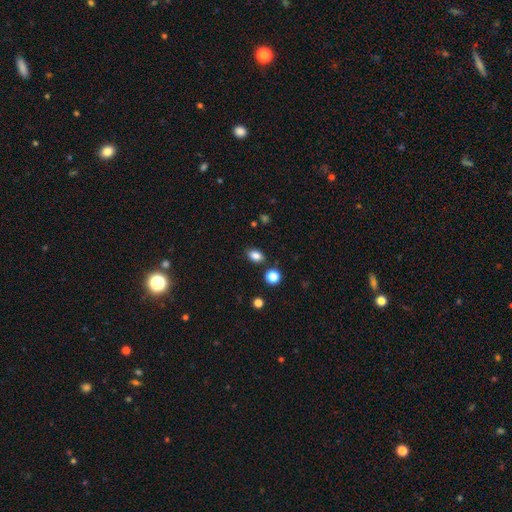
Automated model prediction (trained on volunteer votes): Smooth or featured: smooth — 83% (star or artifact — 12%)
How rounded: in between — 72% (round — 27%)
Merging: none — 82% (minor disturbance — 10%)